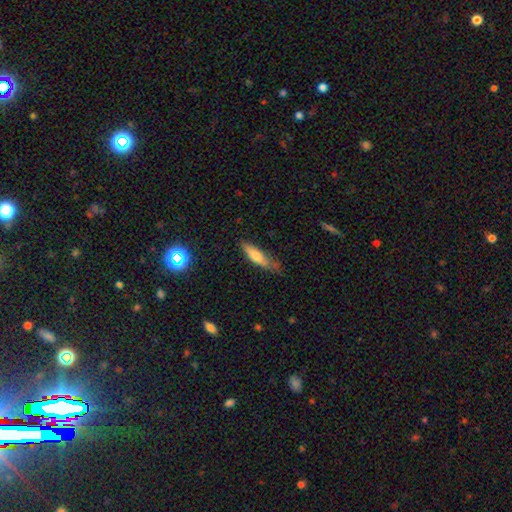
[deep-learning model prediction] Q: Smooth or featured?
A: smooth (66%); runner-up: featured or disk (26%)
Q: How rounded?
A: cigar-shaped (70%); runner-up: in between (29%)
Q: Merging?
A: none (58%); runner-up: minor disturbance (31%)